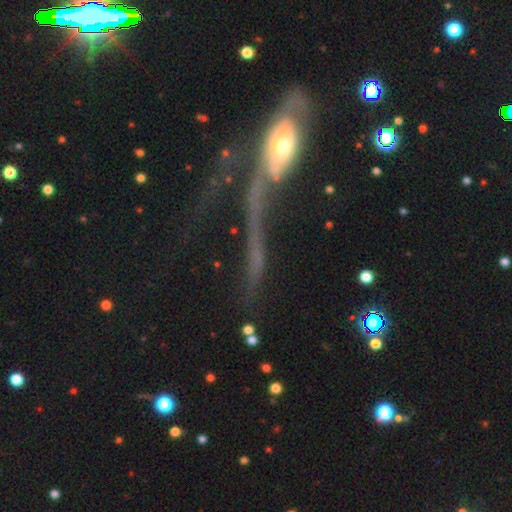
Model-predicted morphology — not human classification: Smooth or featured?
  - featured or disk: 56% *
  - smooth: 25%
  - star or artifact: 19%
Edge-on disk?
  - no: 59% *
  - yes: 41%
Merging?
  - major disturbance: 41% *
  - none: 30%
  - minor disturbance: 14%
  - merger: 14%